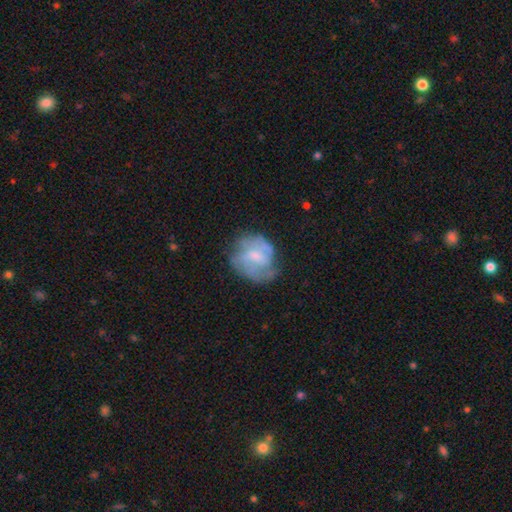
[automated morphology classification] Overall: featured or disk (62%; smooth 31%). Edge-on disk: no (98%). Bar: weak (48%; no 40%). Spiral arms: yes (72%). Bulge size: moderate (37%; small 36%). Merging: none (56%; minor disturbance 25%).